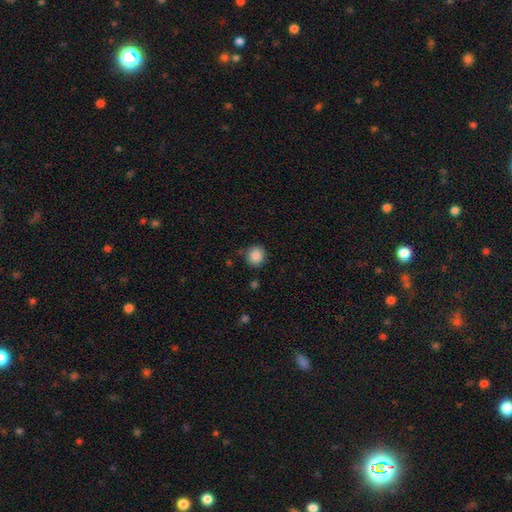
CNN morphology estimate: smooth 87%, star or artifact 9%, featured or disk 4%. Down the decision tree: how rounded — round (91%); merging — none (85%).